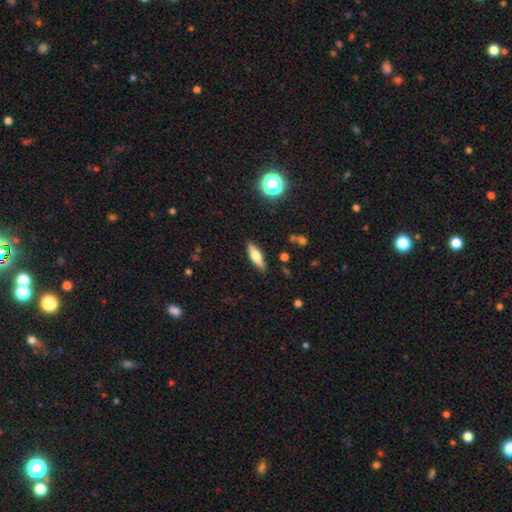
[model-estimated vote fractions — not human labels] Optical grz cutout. It shows a smooth galaxy with no disk features (57%) that is cigar-shaped (51%). Merging: none (88%).